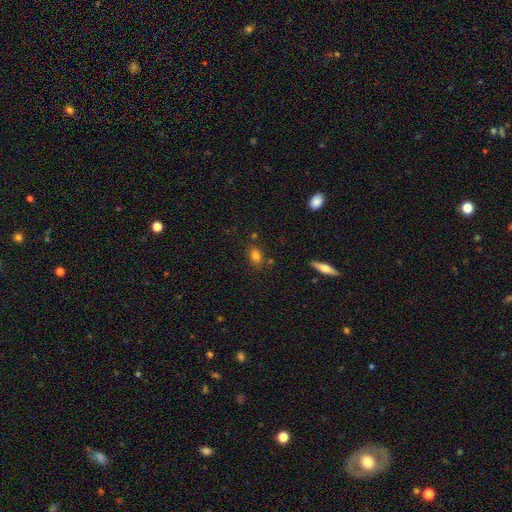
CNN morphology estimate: Smooth or featured?
  - smooth: 81% *
  - star or artifact: 12%
  - featured or disk: 8%
How rounded?
  - in between: 78% *
  - round: 18%
  - cigar-shaped: 4%
Merging?
  - none: 78% *
  - minor disturbance: 13%
  - merger: 6%
  - major disturbance: 3%